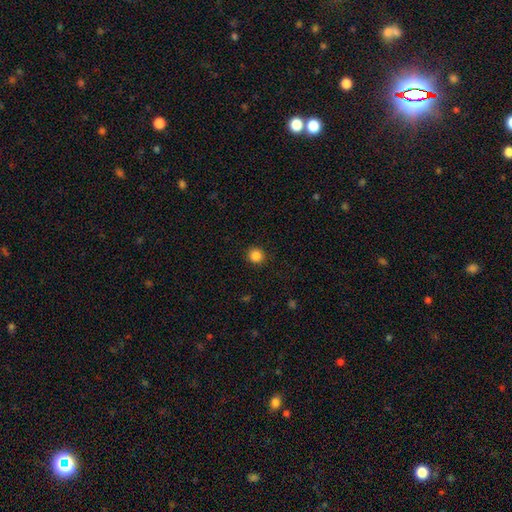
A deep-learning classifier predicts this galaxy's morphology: Smooth or featured? smooth (86%)
How rounded? round (93%)
Merging? none (92%)